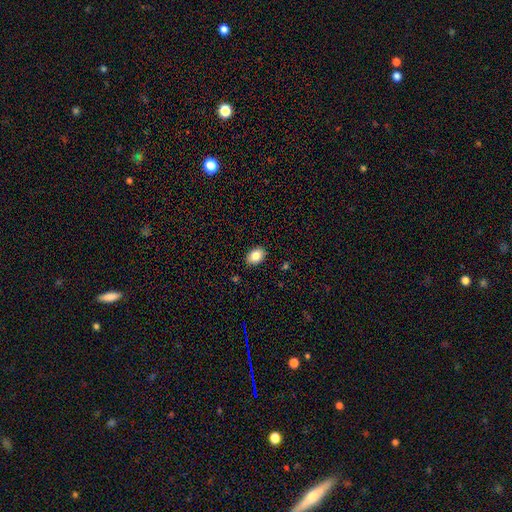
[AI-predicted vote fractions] Overall: smooth (84%). How rounded: in between (77%). Merging: none (88%).